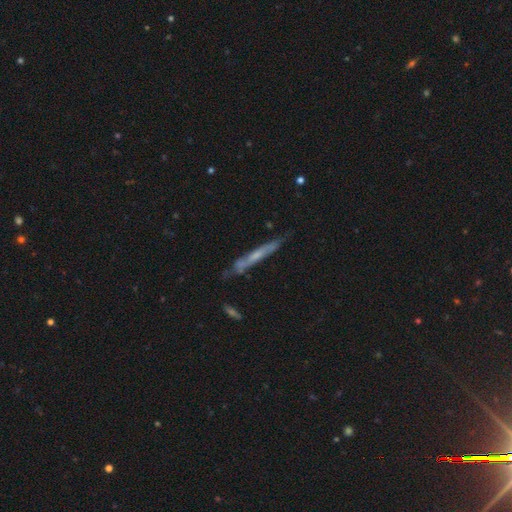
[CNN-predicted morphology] type=featured or disk (57%); edge-on=yes (85%); merging=none (71%).